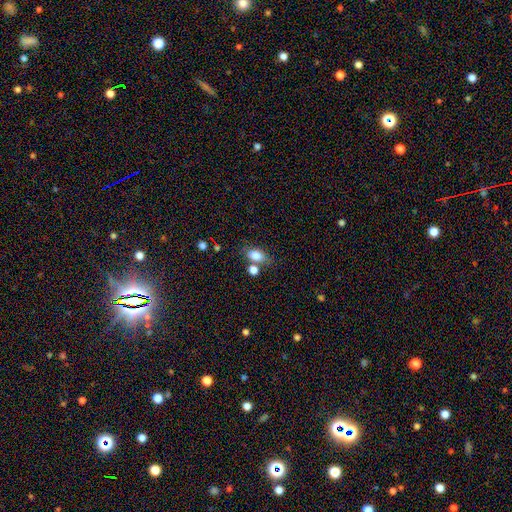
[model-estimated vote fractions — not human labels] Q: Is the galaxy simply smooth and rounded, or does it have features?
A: smooth — 82%.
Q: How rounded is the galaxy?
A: in between — 82%.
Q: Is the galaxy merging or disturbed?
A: none — 60%.